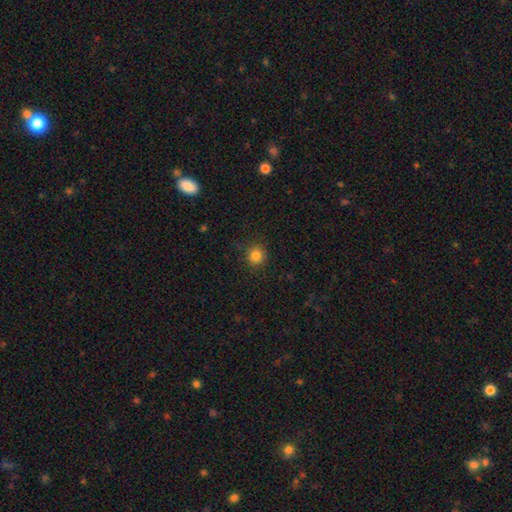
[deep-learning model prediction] Smooth or featured? smooth (83%)
How rounded? round (89%)
Merging? none (88%)